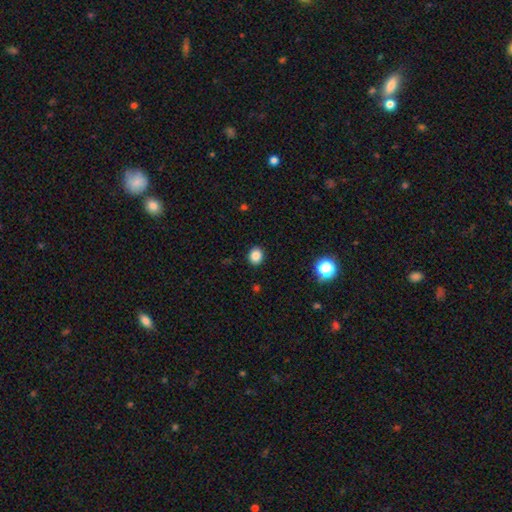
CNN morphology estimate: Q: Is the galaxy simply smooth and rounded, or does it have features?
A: smooth — 85%.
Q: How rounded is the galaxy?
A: round — 69%.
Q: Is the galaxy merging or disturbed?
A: none — 91%.